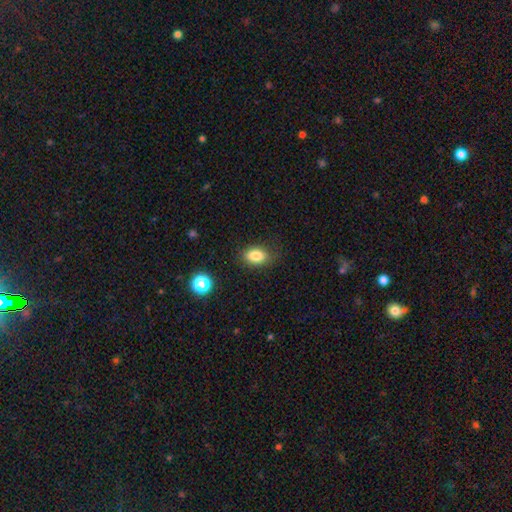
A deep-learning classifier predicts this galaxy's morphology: This appears to be a smooth galaxy with no disk features (84%) that is in between round and cigar-shaped (81%). Merging: none (80%).